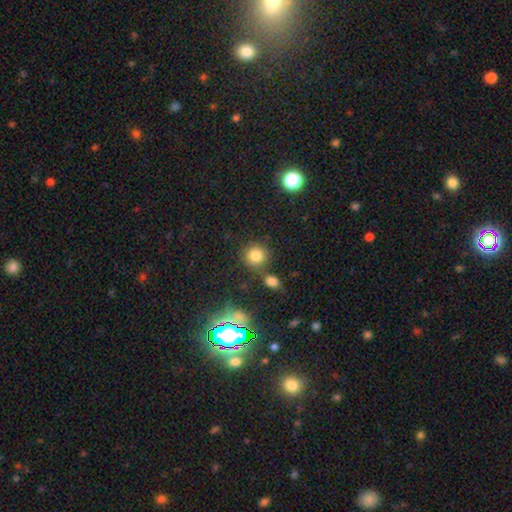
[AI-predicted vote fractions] Smooth or featured?
  - smooth: 78% *
  - star or artifact: 16%
  - featured or disk: 7%
How rounded?
  - round: 89% *
  - in between: 10%
  - cigar-shaped: 1%
Merging?
  - none: 74% *
  - merger: 13%
  - minor disturbance: 10%
  - major disturbance: 4%